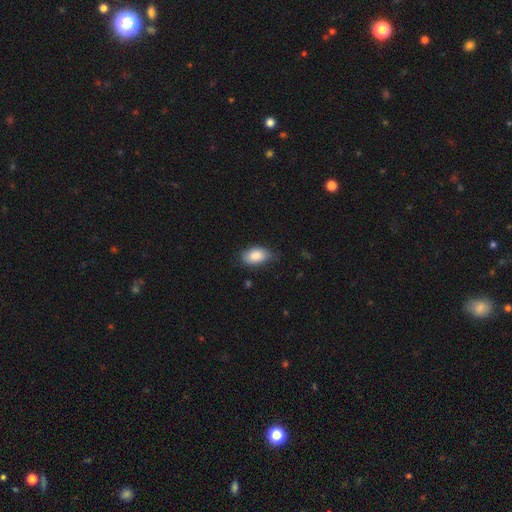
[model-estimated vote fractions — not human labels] smooth-or-featured: smooth: 86% | featured or disk: 8% | star or artifact: 6%
  how-rounded: in between: 92% | round: 6% | cigar-shaped: 2%
  merging: none: 66% | minor disturbance: 28% | major disturbance: 4% | merger: 1%